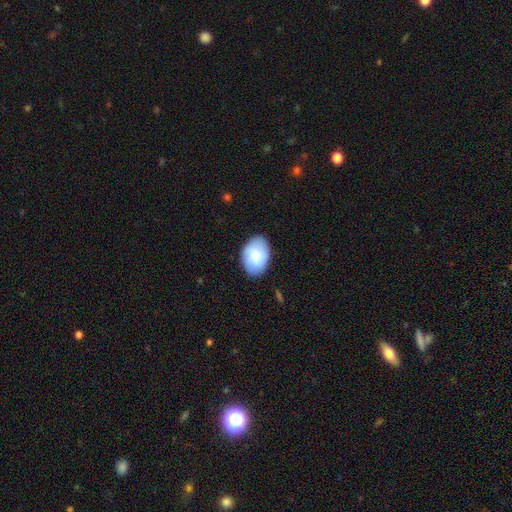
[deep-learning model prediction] Smooth or featured: smooth — 76% (featured or disk — 18%)
How rounded: in between — 86% (round — 13%)
Merging: none — 84% (minor disturbance — 13%)